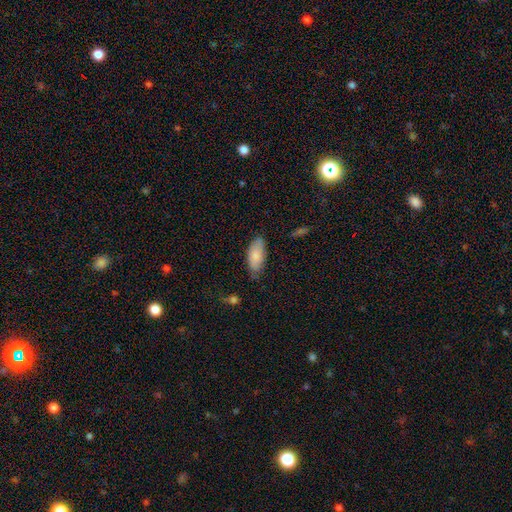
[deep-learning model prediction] A smooth galaxy with no disk features (83%) that is in between round and cigar-shaped (89%).

Vote fractions:
- Smooth or featured? smooth: 83% / featured or disk: 11% / star or artifact: 6%
- How rounded? in between: 89% / cigar-shaped: 9% / round: 2%
- Merging? none: 69% / minor disturbance: 25% / major disturbance: 4% / merger: 2%